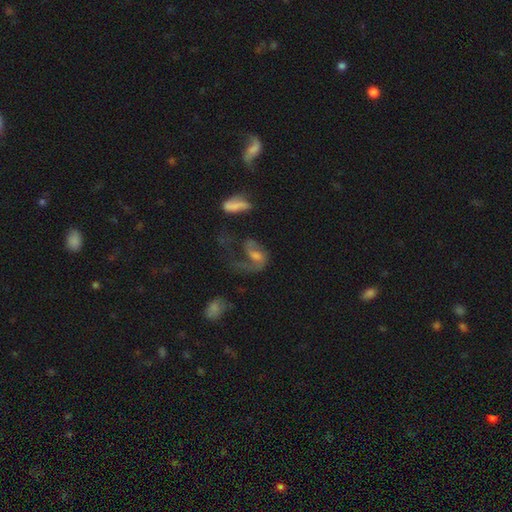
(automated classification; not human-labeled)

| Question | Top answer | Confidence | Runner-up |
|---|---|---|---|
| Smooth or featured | featured or disk | 64% | smooth (25%) |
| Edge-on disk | no | 96% | yes (4%) |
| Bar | no | 51% | weak (36%) |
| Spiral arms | yes | 78% | no (22%) |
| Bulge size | moderate | 44% | small (27%) |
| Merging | major disturbance | 49% | none (27%) |